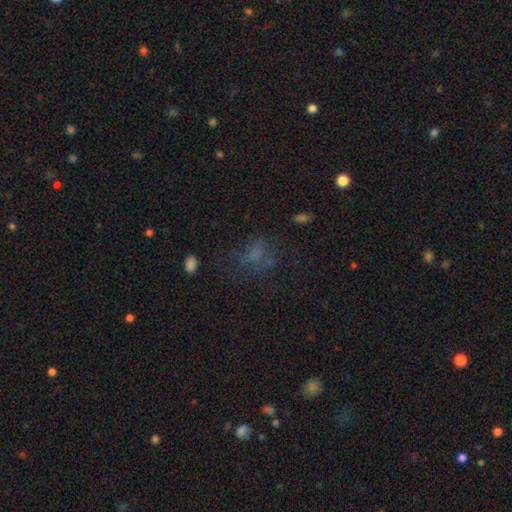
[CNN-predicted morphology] Smooth or featured?
  - smooth: 49% *
  - star or artifact: 29%
  - featured or disk: 22%
Merging?
  - none: 51% *
  - major disturbance: 25%
  - minor disturbance: 20%
  - merger: 4%